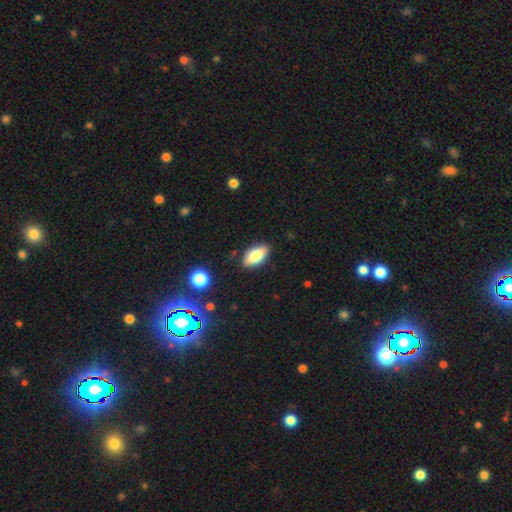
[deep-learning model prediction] smooth 76%, featured or disk 16%, star or artifact 8%. Down the decision tree: how rounded — in between (87%); merging — none (86%).